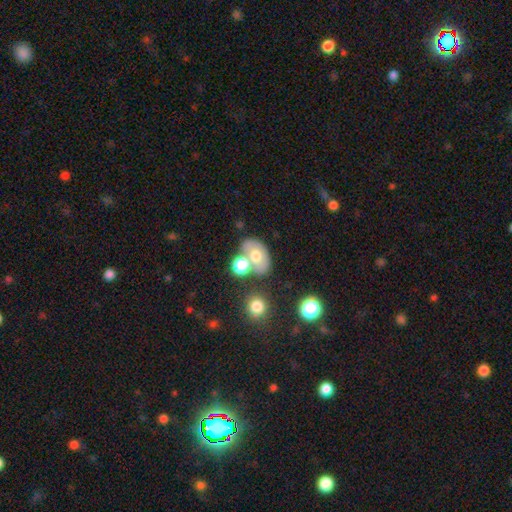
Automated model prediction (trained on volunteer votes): smooth 60%, featured or disk 30%, star or artifact 10%. Down the decision tree: how rounded — in between (80%); merging — none (47%).